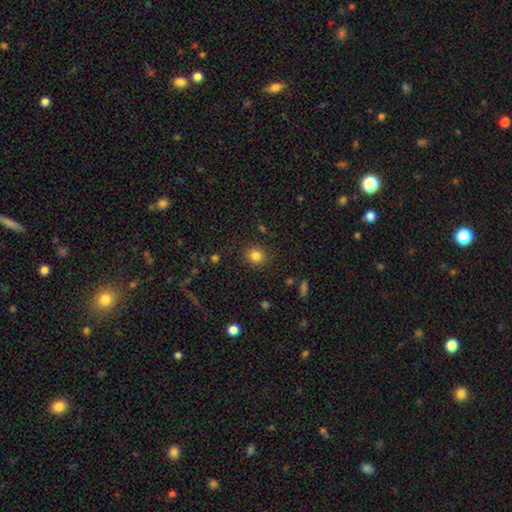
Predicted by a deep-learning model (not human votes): Smooth or featured? smooth (83%)
How rounded? round (82%)
Merging? none (88%)